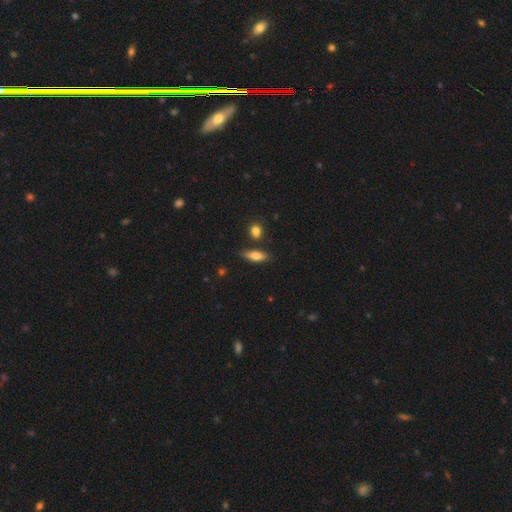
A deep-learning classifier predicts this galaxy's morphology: Smooth or featured? smooth (70%)
How rounded? in between (54%)
Merging? none (78%)